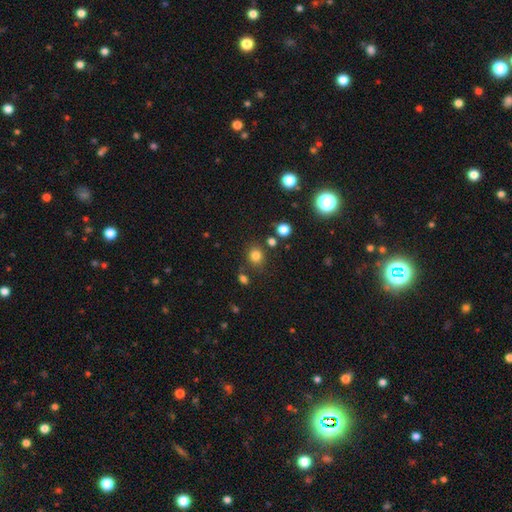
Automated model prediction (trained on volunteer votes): Smooth or featured? Predicted: smooth (p=0.80). How rounded? Predicted: round (p=0.80). Merging? Predicted: none (p=0.79).